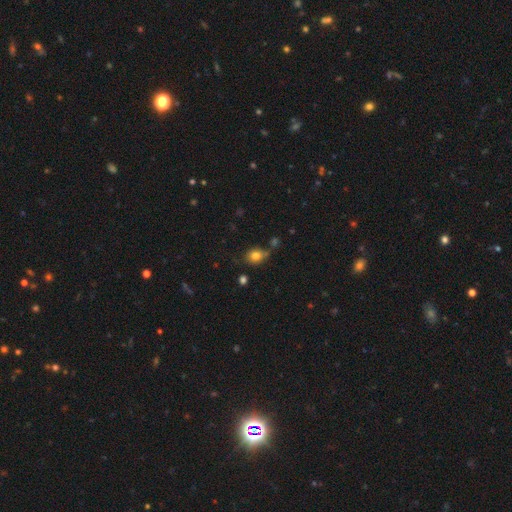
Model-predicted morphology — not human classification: smooth_or_featured: smooth (p=0.80) [alt: star or artifact p=0.11]
how_rounded: in between (p=0.53) [alt: round p=0.46]
merging: none (p=0.63) [alt: minor disturbance p=0.22]